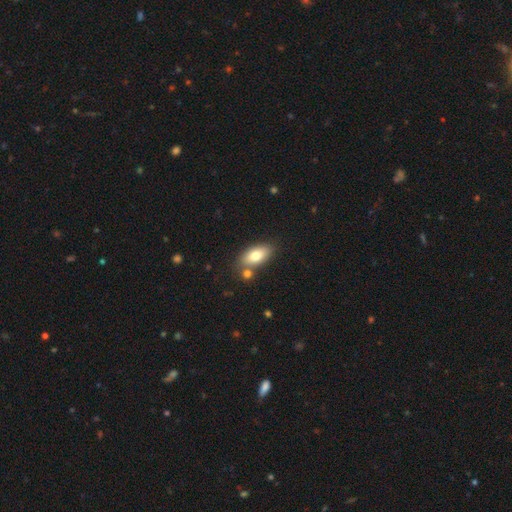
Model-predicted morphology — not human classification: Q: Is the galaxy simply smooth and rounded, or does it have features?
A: smooth — 77%.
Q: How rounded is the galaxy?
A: in between — 89%.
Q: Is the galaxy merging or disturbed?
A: none — 71%.